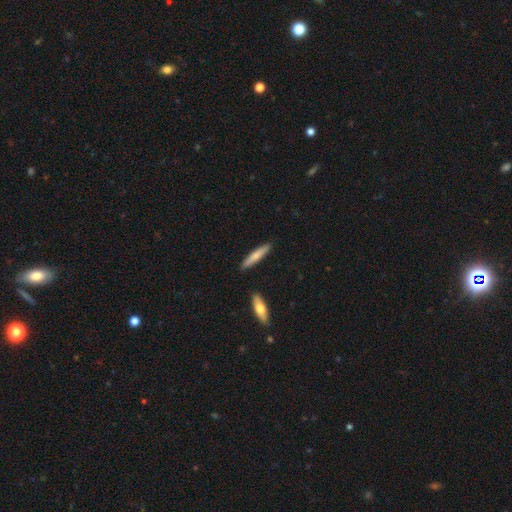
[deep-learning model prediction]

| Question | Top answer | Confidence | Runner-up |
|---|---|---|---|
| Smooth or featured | smooth | 69% | featured or disk (26%) |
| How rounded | cigar-shaped | 88% | in between (11%) |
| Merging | none | 88% | minor disturbance (8%) |